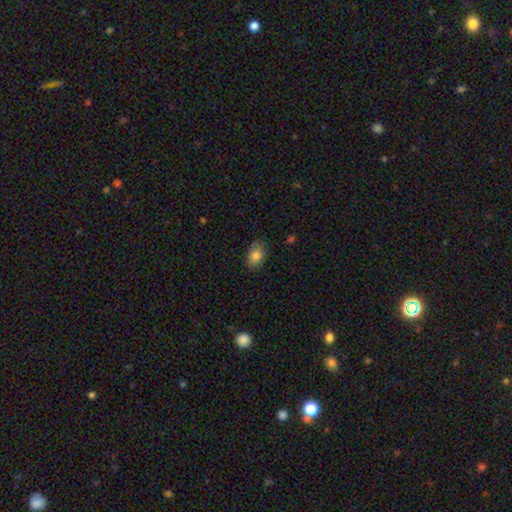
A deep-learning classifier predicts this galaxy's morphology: Smooth or featured: smooth — 84% (star or artifact — 8%)
How rounded: in between — 80% (round — 19%)
Merging: none — 81% (minor disturbance — 15%)